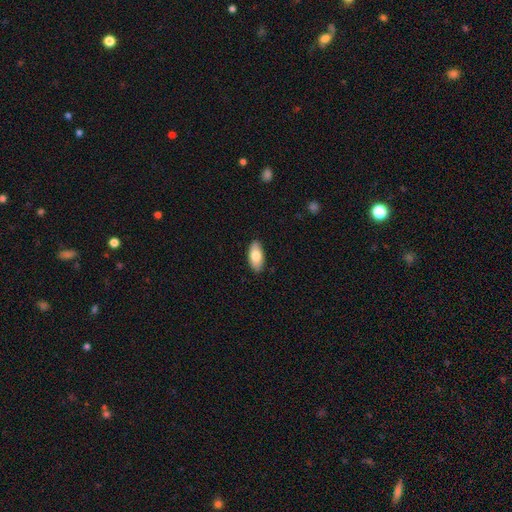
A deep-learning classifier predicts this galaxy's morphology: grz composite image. It shows a smooth galaxy with no disk features (80%) that is in between round and cigar-shaped (91%). Merging: none (88%).